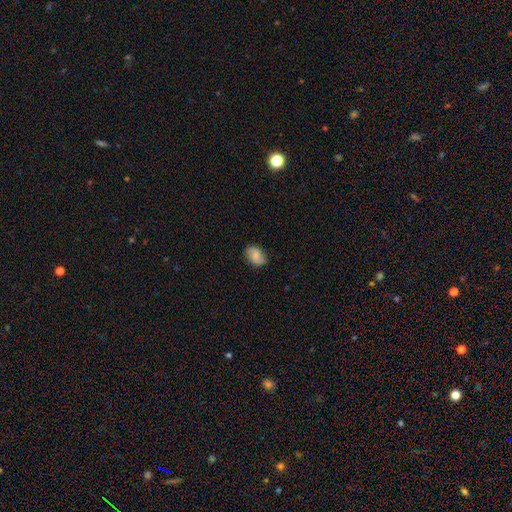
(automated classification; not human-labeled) This is likely a smooth galaxy (73%). How rounded: clearly in between (81%). Merging: clearly none (82%).